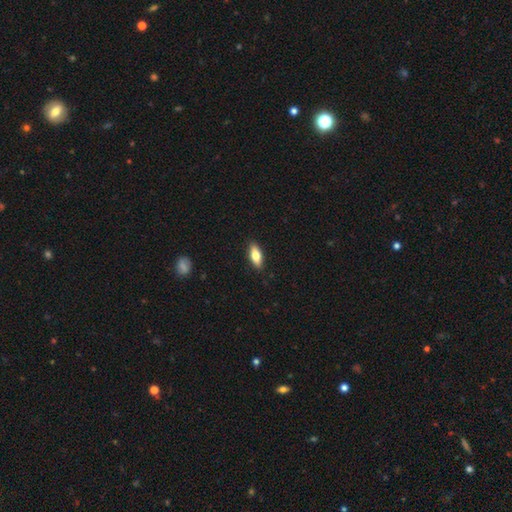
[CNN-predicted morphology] Q: Smooth or featured?
A: smooth (69%); runner-up: featured or disk (25%)
Q: How rounded?
A: in between (74%); runner-up: cigar-shaped (23%)
Q: Merging?
A: none (89%); runner-up: minor disturbance (8%)